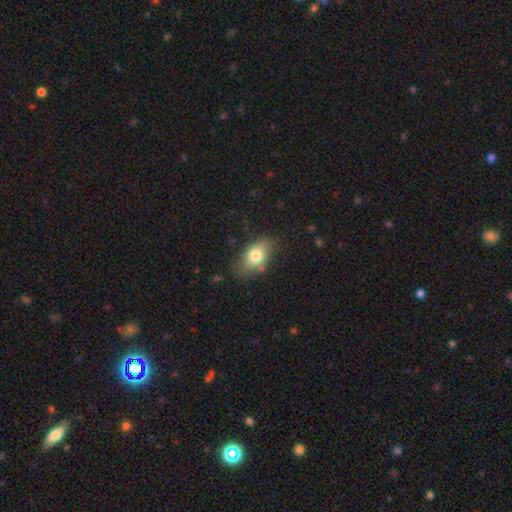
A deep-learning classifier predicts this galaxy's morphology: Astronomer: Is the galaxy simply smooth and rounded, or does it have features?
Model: smooth — 77%.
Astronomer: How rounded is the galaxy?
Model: in between — 87%.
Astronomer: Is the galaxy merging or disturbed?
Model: none — 71%.